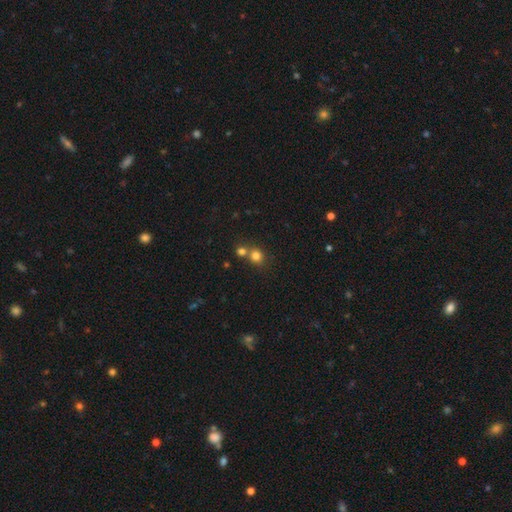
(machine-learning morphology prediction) Smooth or featured? smooth (79%)
How rounded? round (83%)
Merging? none (52%)